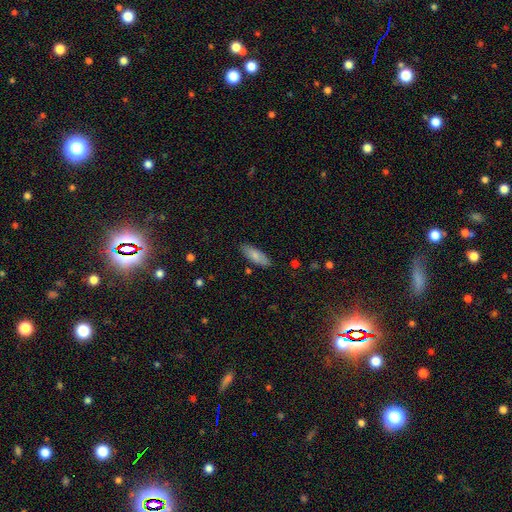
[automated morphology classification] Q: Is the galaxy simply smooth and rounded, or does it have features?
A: smooth — 80%.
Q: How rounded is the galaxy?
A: in between — 70%.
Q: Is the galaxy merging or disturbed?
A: none — 85%.